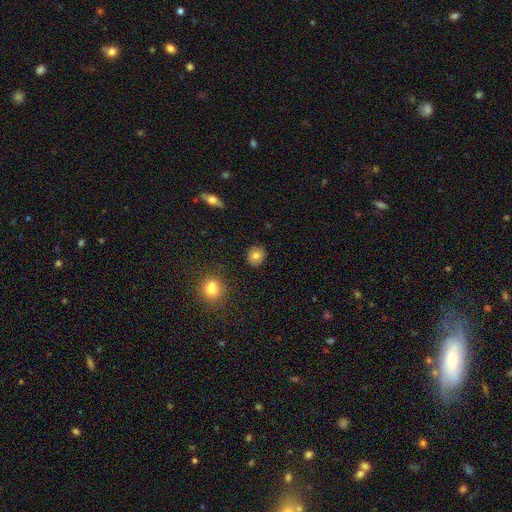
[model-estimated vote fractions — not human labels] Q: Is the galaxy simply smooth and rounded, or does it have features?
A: smooth — 79%.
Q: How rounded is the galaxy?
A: round — 83%.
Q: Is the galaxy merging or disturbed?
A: none — 88%.